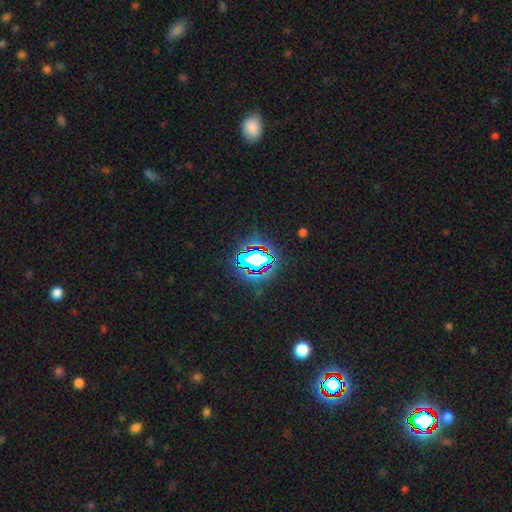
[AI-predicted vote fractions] smooth_or_featured: star or artifact (p=0.68) [alt: smooth p=0.18]